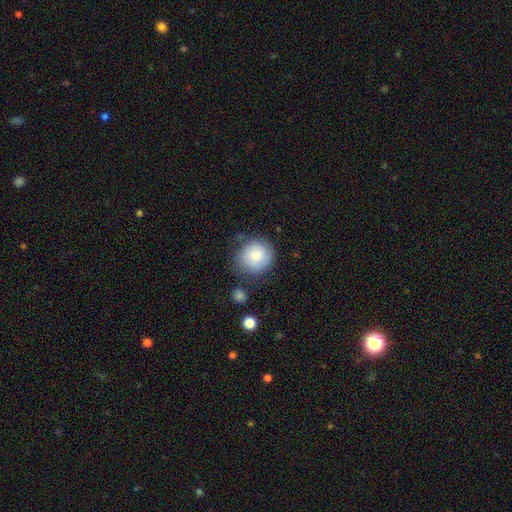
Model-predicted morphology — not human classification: The model was most divided on "merging": none: 71%, minor disturbance: 18%, major disturbance: 6%, merger: 4%. More confident: how rounded — round (90%); smooth or featured — smooth (80%).